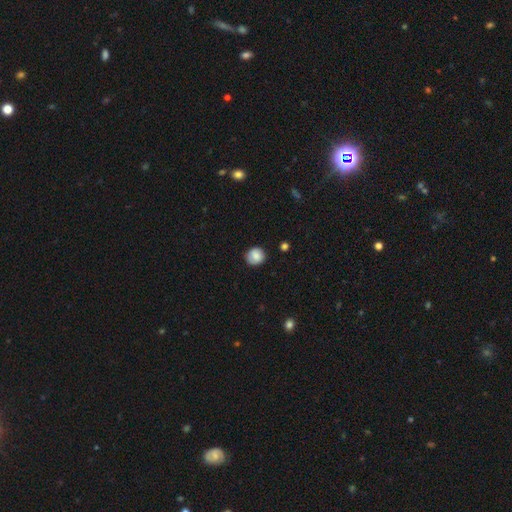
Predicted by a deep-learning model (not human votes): A smooth galaxy with no disk features (84%) that is round (84%). Merging: none (84%).